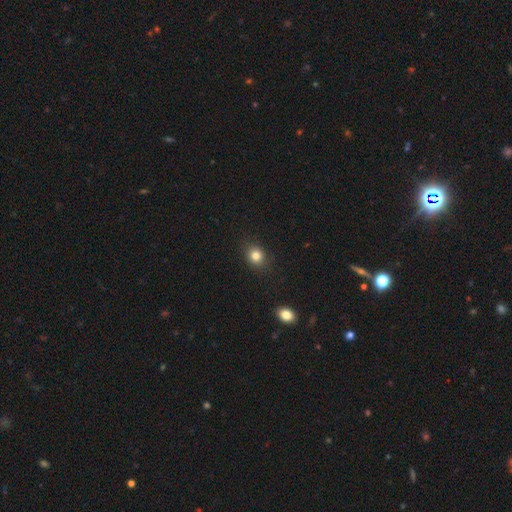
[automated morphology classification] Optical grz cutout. It shows a smooth galaxy with no disk features (83%) that is round (69%). Merging: none (86%).